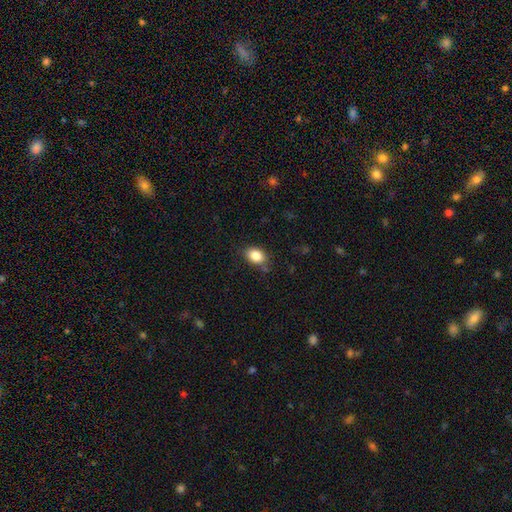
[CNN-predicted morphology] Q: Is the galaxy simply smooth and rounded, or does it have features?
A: smooth — 85%.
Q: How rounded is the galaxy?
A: in between — 78%.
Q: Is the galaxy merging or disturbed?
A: none — 79%.